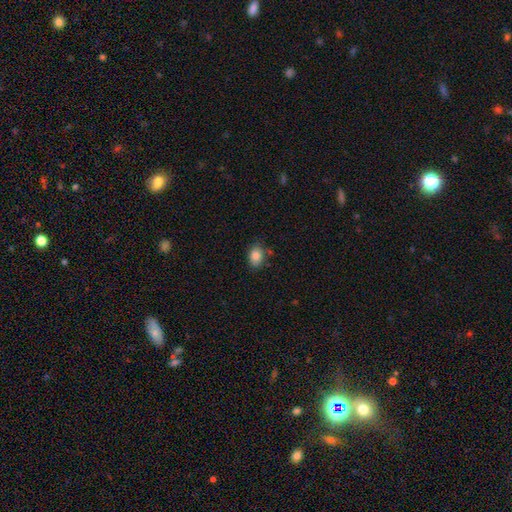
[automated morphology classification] Smooth or featured: smooth — 84% (star or artifact — 9%)
How rounded: in between — 76% (round — 23%)
Merging: none — 76% (minor disturbance — 17%)